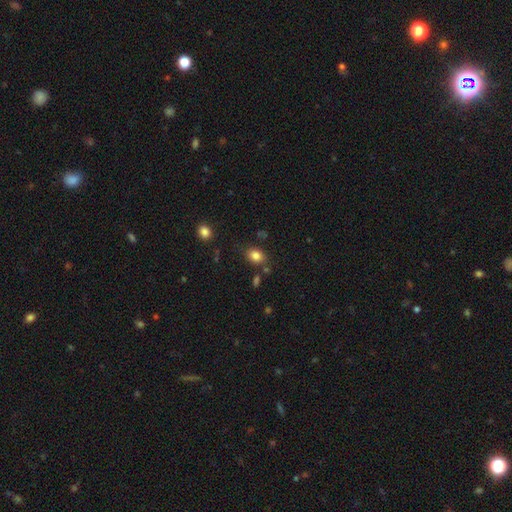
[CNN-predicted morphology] Q: Smooth or featured?
A: smooth (83%); runner-up: star or artifact (11%)
Q: How rounded?
A: in between (62%); runner-up: round (37%)
Q: Merging?
A: none (76%); runner-up: minor disturbance (13%)